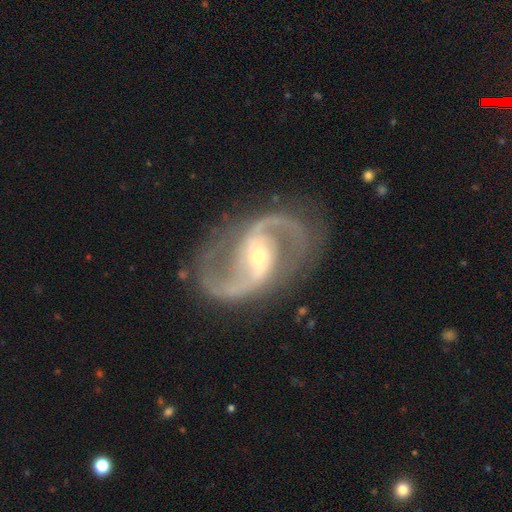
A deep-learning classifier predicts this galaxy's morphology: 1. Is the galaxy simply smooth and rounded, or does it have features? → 92% featured or disk, 5% star or artifact, 3% smooth.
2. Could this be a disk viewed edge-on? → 97% no, 3% yes.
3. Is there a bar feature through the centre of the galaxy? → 39% strong, 38% weak, 22% no.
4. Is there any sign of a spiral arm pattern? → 97% yes, 3% no.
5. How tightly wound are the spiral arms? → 58% medium, 28% loose, 13% tight.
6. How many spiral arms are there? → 94% 2, 2% can't tell, 1% 1, 1% 3, 1% 4, 1% more than 4.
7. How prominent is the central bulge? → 56% small, 39% moderate, 3% large, 1% dominant, 1% none.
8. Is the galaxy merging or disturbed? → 81% none, 11% minor disturbance, 6% major disturbance, 2% merger.